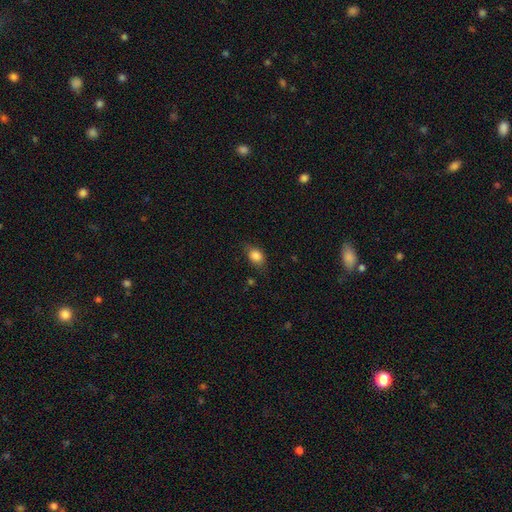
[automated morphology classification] type=smooth (83%); roundness=in between (74%); merging=none (72%).